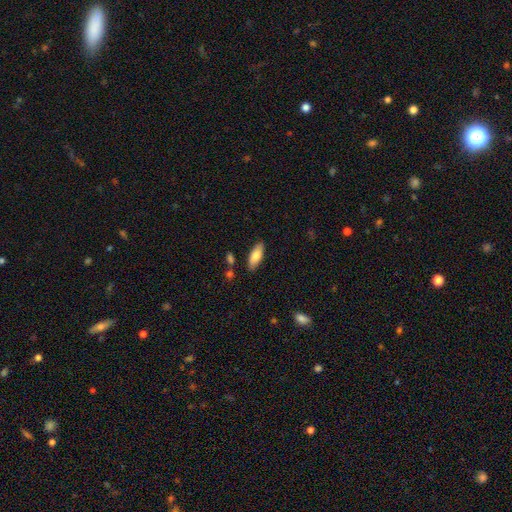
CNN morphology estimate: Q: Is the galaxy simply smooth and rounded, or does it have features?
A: smooth — 77%.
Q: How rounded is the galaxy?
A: in between — 74%.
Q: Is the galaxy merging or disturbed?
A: none — 84%.